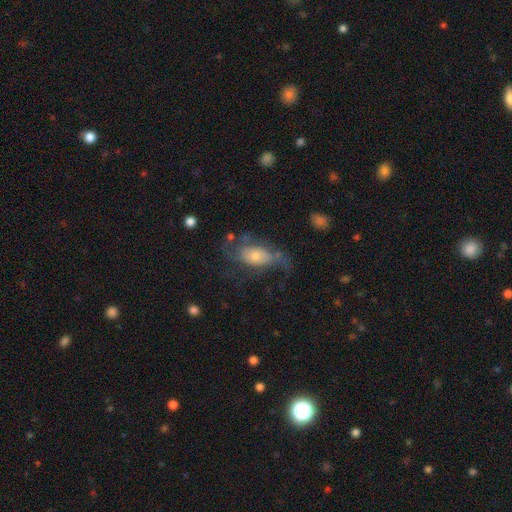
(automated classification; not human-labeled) Smooth or featured? Predicted: featured or disk (p=0.56). Edge-on disk? Predicted: no (p=0.91). Bar? Predicted: no (p=0.74). Spiral arms? Predicted: yes (p=0.70). Bulge size? Predicted: moderate (p=0.45). Merging? Predicted: none (p=0.40).